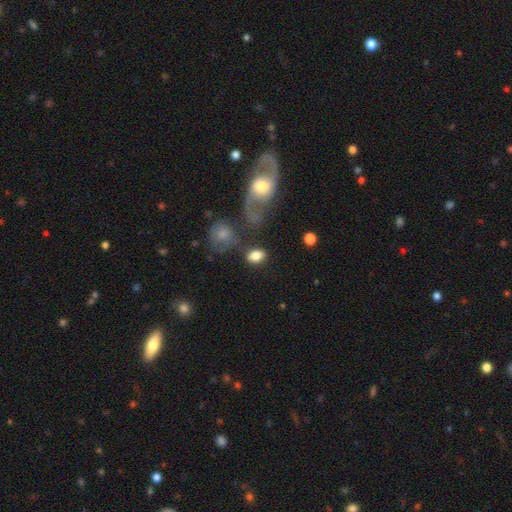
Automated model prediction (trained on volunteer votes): smooth-or-featured: smooth: 81% | featured or disk: 11% | star or artifact: 8%
  how-rounded: in between: 80% | round: 18% | cigar-shaped: 2%
  merging: none: 66% | minor disturbance: 14% | merger: 11% | major disturbance: 9%